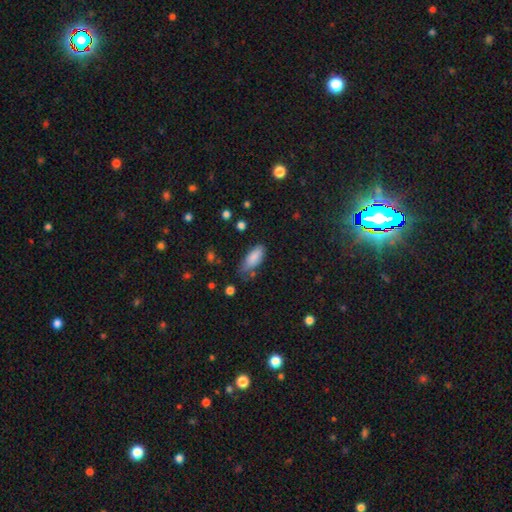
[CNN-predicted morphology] A smooth galaxy with no disk features (84%) that is in between round and cigar-shaped (80%).

Vote fractions:
- Smooth or featured? smooth: 84% / featured or disk: 8% / star or artifact: 8%
- How rounded? in between: 80% / cigar-shaped: 18% / round: 2%
- Merging? none: 54% / minor disturbance: 33% / major disturbance: 10% / merger: 4%